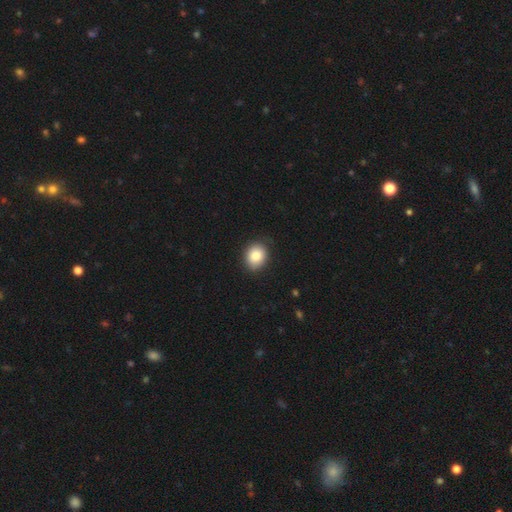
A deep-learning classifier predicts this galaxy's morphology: Smooth or featured?
  - smooth: 85% *
  - star or artifact: 8%
  - featured or disk: 6%
How rounded?
  - round: 57% *
  - in between: 42%
  - cigar-shaped: 1%
Merging?
  - none: 85% *
  - minor disturbance: 12%
  - major disturbance: 2%
  - merger: 1%